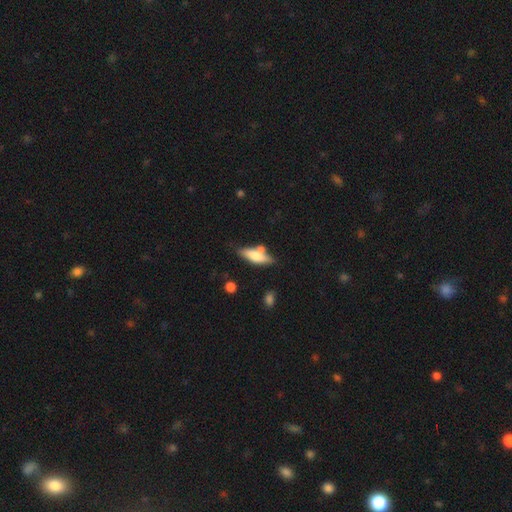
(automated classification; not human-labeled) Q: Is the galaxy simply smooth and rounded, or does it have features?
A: smooth — 66%.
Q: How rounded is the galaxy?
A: cigar-shaped — 54%.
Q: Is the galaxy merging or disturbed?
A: none — 65%.